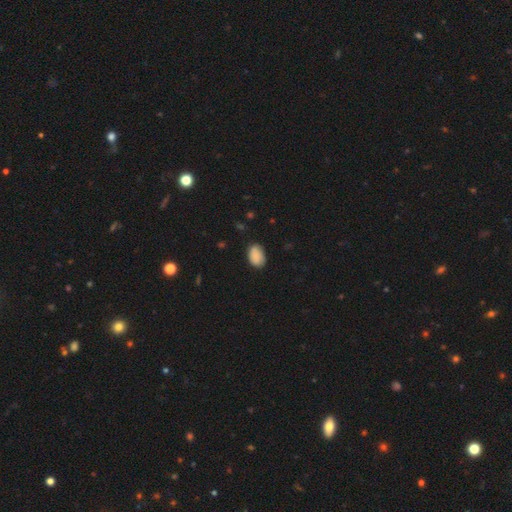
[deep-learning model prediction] Smooth or featured? smooth (86%)
How rounded? in between (85%)
Merging? none (77%)